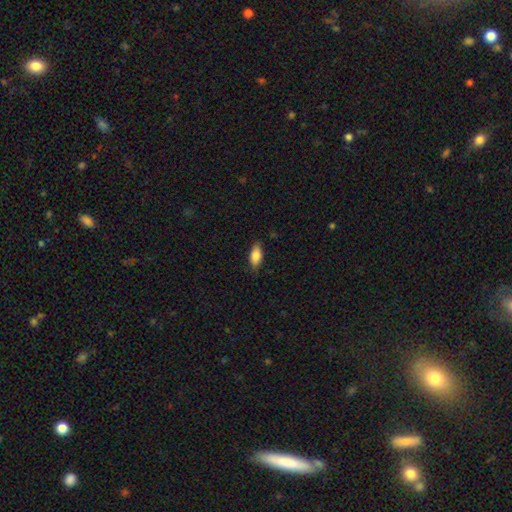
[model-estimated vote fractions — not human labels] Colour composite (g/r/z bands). It shows a smooth galaxy with no disk features (83%) that is in between round and cigar-shaped (86%). Merging: none (84%).